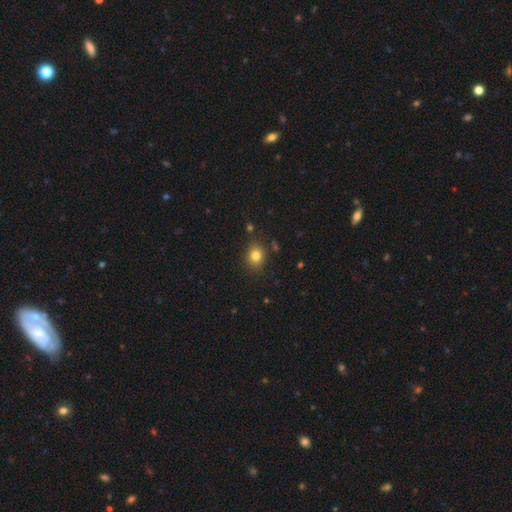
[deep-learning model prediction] This appears to be a smooth galaxy with no disk features (81%) that is round (66%). Merging: none (81%).